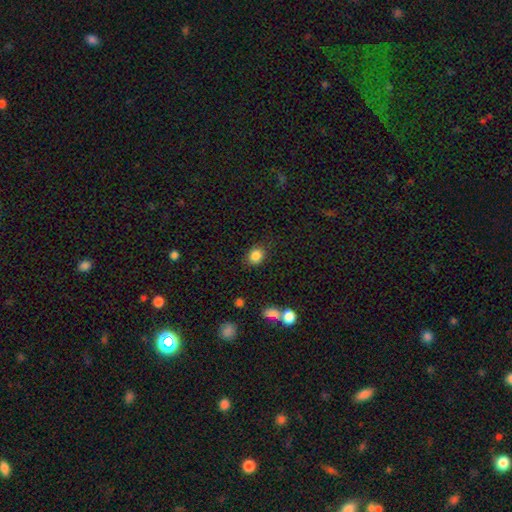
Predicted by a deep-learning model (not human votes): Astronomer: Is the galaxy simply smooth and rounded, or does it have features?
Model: smooth — 85%.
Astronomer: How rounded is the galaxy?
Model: round — 59% (runner-up: in between, 40%).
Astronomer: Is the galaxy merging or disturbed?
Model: none — 82%.